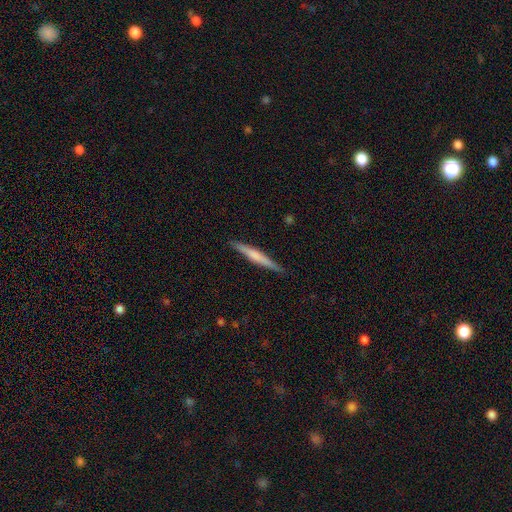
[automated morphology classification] smooth-or-featured: featured or disk: 48% | smooth: 46% | star or artifact: 5%
  merging: none: 90% | minor disturbance: 7% | major disturbance: 1% | merger: 1%